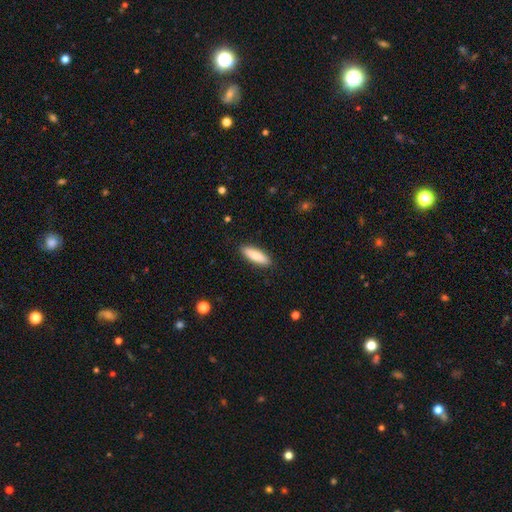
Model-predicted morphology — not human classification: Smooth or featured? Predicted: smooth (p=0.83). How rounded? Predicted: cigar-shaped (p=0.53). Merging? Predicted: none (p=0.89).